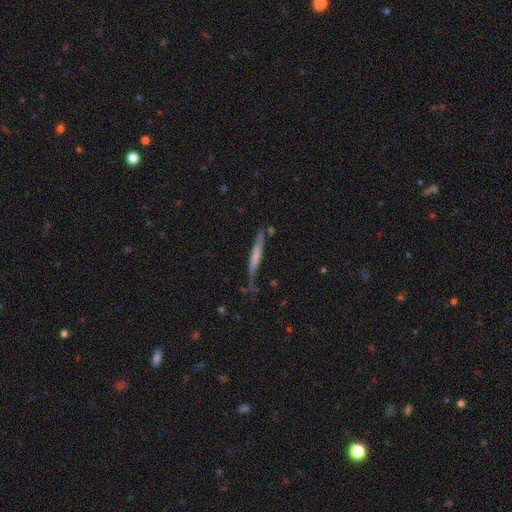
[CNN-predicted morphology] A smooth galaxy with no disk features (48%).

Vote fractions:
- Smooth or featured? smooth: 48% / featured or disk: 46% / star or artifact: 6%
- Merging? none: 58% / minor disturbance: 26% / major disturbance: 10% / merger: 6%